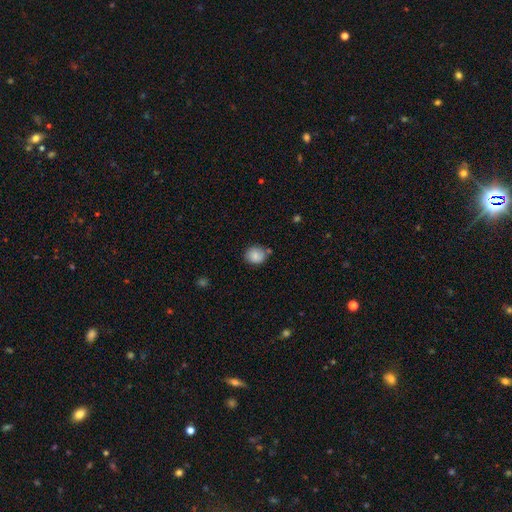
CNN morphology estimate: Smooth or featured?
  - smooth: 85% *
  - star or artifact: 8%
  - featured or disk: 7%
How rounded?
  - round: 73% *
  - in between: 26%
  - cigar-shaped: 1%
Merging?
  - none: 75% *
  - minor disturbance: 16%
  - merger: 6%
  - major disturbance: 3%